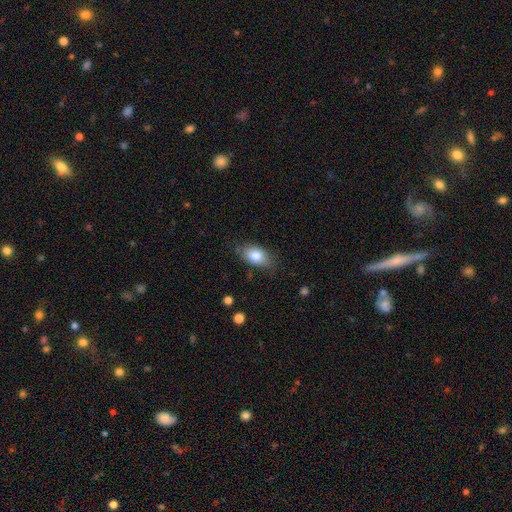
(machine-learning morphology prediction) A smooth galaxy with no disk features (81%) that is in between round and cigar-shaped (89%).

Vote fractions:
- Smooth or featured? smooth: 81% / featured or disk: 12% / star or artifact: 7%
- How rounded? in between: 89% / round: 8% / cigar-shaped: 3%
- Merging? none: 75% / minor disturbance: 19% / major disturbance: 4% / merger: 1%